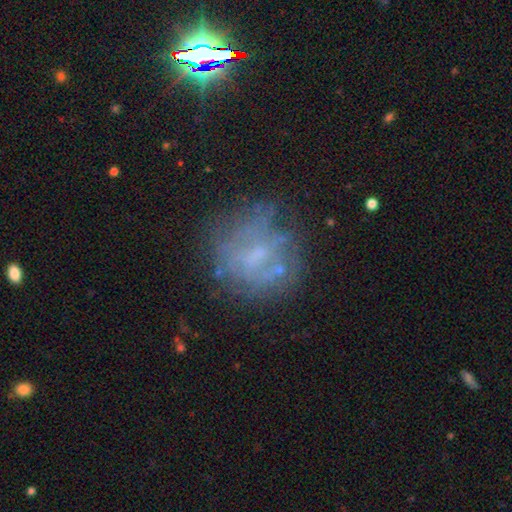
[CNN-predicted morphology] smooth_or_featured: featured or disk (p=0.54) [alt: smooth p=0.30]
disk_edge_on: no (p=0.97) [alt: yes p=0.03]
bar: no (p=0.68) [alt: weak p=0.26]
has_spiral_arms: no (p=0.76) [alt: yes p=0.24]
bulge_size: none (p=0.39) [alt: small p=0.35]
merging: none (p=0.58) [alt: minor disturbance p=0.20]